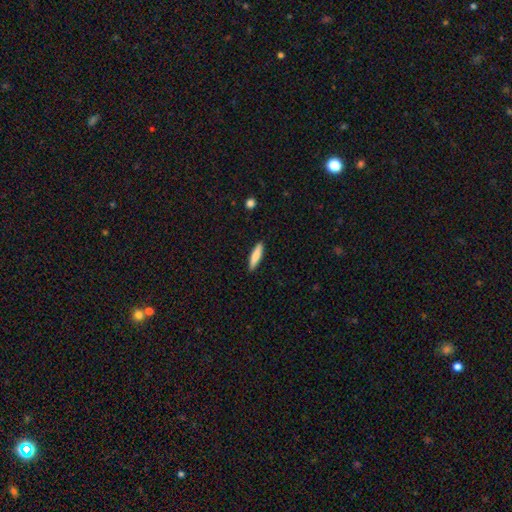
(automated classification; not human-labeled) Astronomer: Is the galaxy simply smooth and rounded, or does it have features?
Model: smooth — 80%.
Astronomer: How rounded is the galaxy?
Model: cigar-shaped — 79%.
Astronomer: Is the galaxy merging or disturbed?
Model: none — 89%.